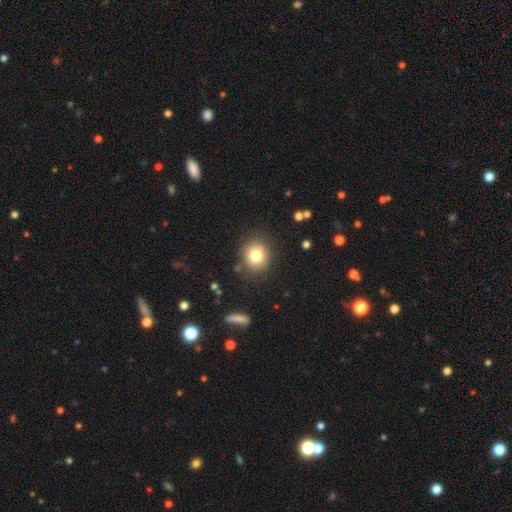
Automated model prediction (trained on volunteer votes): This appears to be a smooth galaxy with no disk features (79%) that is round (80%). Merging: none (85%).